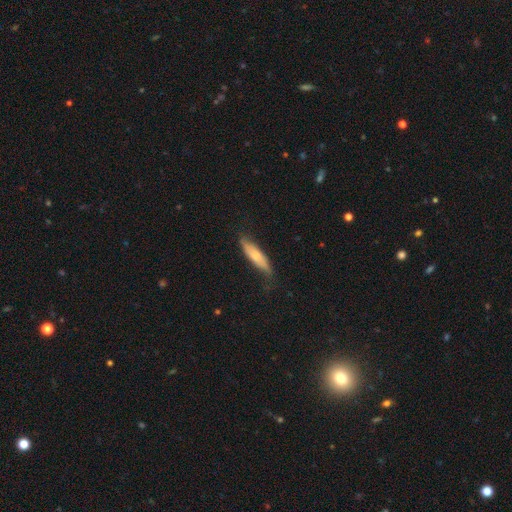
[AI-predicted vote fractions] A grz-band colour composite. It shows a smooth galaxy with no disk features (62%) that is cigar-shaped (63%). Merging: none (72%).